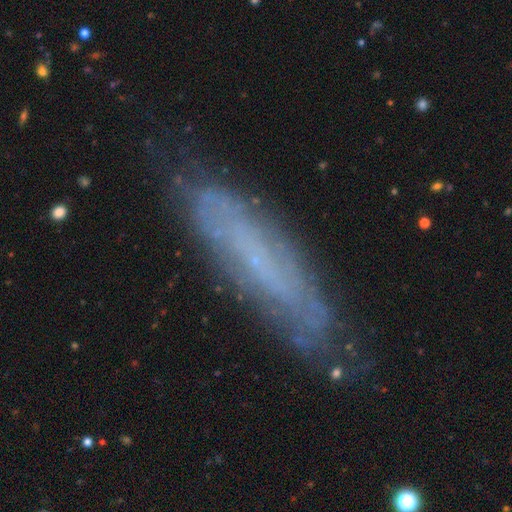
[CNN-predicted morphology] Smooth or featured?
  - featured or disk: 60% *
  - smooth: 32%
  - star or artifact: 8%
Edge-on disk?
  - no: 62% *
  - yes: 38%
Merging?
  - none: 75% *
  - minor disturbance: 18%
  - major disturbance: 5%
  - merger: 2%